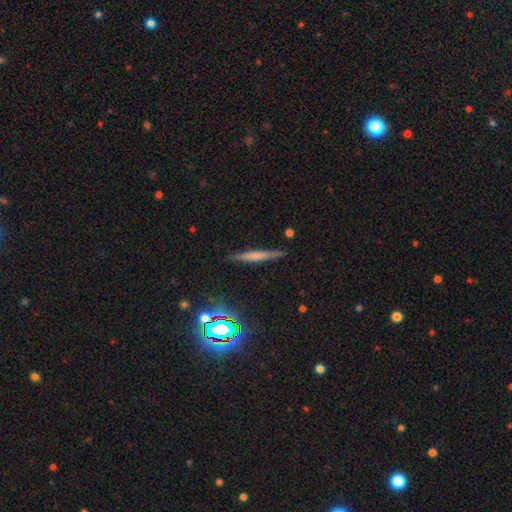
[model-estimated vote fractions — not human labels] Smooth or featured?
  - smooth: 52% *
  - featured or disk: 36%
  - star or artifact: 12%
How rounded?
  - cigar-shaped: 93% *
  - in between: 5%
  - round: 2%
Merging?
  - none: 87% *
  - minor disturbance: 9%
  - major disturbance: 2%
  - merger: 2%